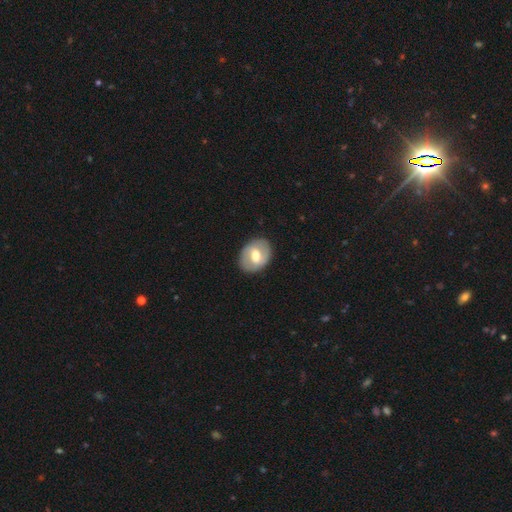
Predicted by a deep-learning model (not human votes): Smooth or featured? Predicted: featured or disk (p=0.50). Edge-on disk? Predicted: no (p=0.94). Merging? Predicted: none (p=0.85).